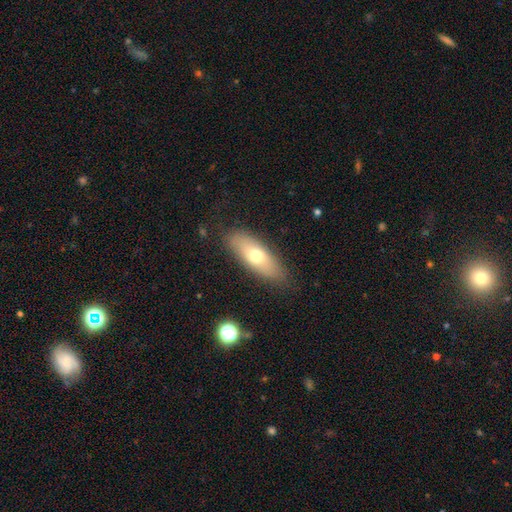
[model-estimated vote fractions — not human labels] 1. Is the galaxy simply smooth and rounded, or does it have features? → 65% smooth, 28% featured or disk, 7% star or artifact.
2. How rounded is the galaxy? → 67% in between, 30% cigar-shaped, 3% round.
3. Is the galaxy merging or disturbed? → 83% none, 13% minor disturbance, 3% major disturbance, 1% merger.